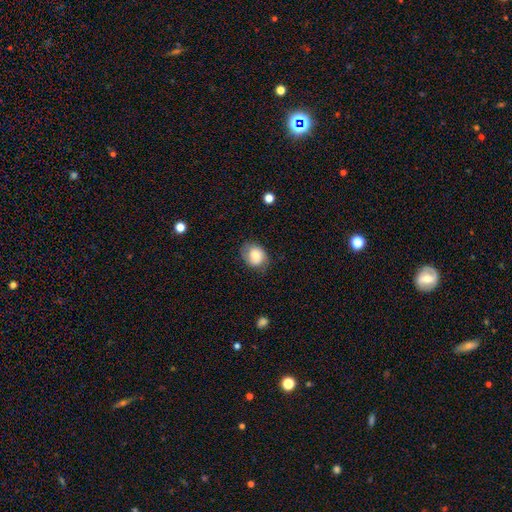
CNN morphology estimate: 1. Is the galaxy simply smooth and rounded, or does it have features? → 76% smooth, 16% featured or disk, 8% star or artifact.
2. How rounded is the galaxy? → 54% in between, 45% round, 1% cigar-shaped.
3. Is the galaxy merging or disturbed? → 68% none, 24% minor disturbance, 7% major disturbance, 1% merger.